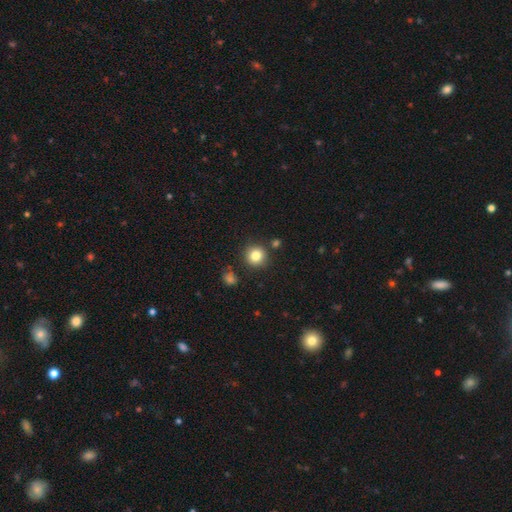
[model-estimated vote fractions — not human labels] Q: Smooth or featured?
A: smooth (82%); runner-up: star or artifact (11%)
Q: How rounded?
A: round (92%); runner-up: in between (7%)
Q: Merging?
A: none (86%); runner-up: minor disturbance (7%)